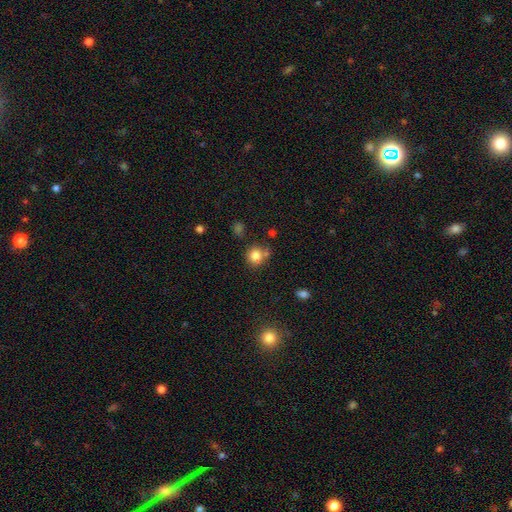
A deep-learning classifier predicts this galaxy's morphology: This is likely a smooth galaxy (79%). How rounded: clearly round (81%). Merging: likely none (63%).